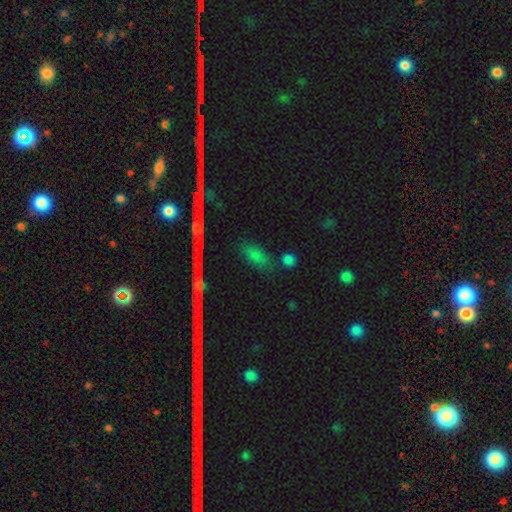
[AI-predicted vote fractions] smooth 69%, star or artifact 20%, featured or disk 11%. Down the decision tree: how rounded — in between (68%); merging — none (73%).